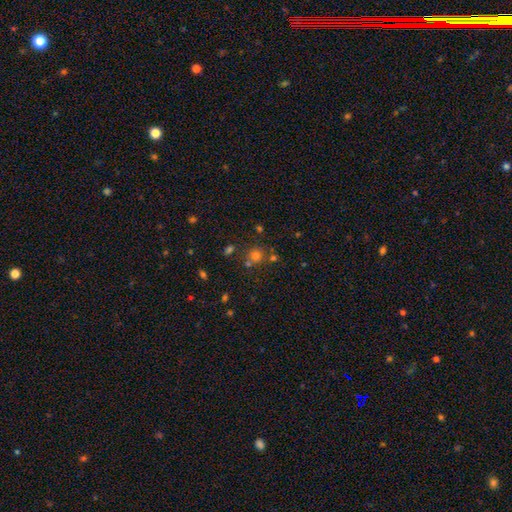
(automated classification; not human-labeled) smooth_or_featured: smooth (p=0.65) [alt: star or artifact p=0.25]
how_rounded: round (p=0.88) [alt: in between p=0.11]
merging: none (p=0.68) [alt: merger p=0.19]